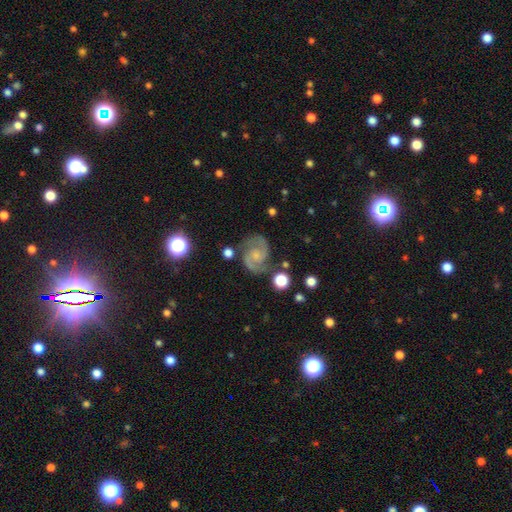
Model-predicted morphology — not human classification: Overall: featured or disk (87%). Edge-on disk: no (98%). Bar: no (57%; weak 36%). Spiral arms: yes (98%). Spiral arm count: 2 (93%). Spiral winding: medium (59%; tight 27%). Bulge size: small (57%; moderate 25%). Merging: none (77%).